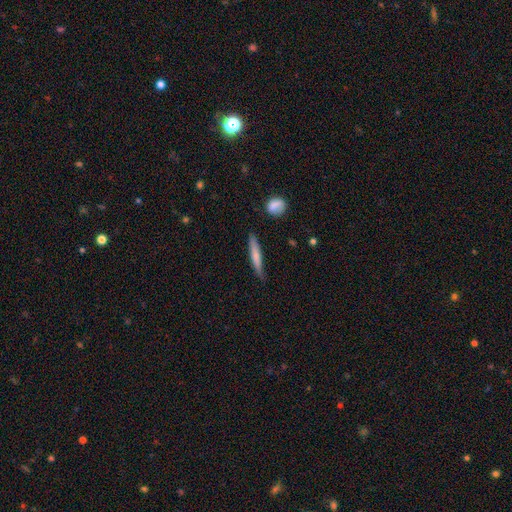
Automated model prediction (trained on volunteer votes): Smooth or featured?
  - smooth: 65% *
  - featured or disk: 29%
  - star or artifact: 5%
How rounded?
  - cigar-shaped: 93% *
  - in between: 5%
  - round: 2%
Merging?
  - none: 80% *
  - minor disturbance: 16%
  - major disturbance: 3%
  - merger: 2%